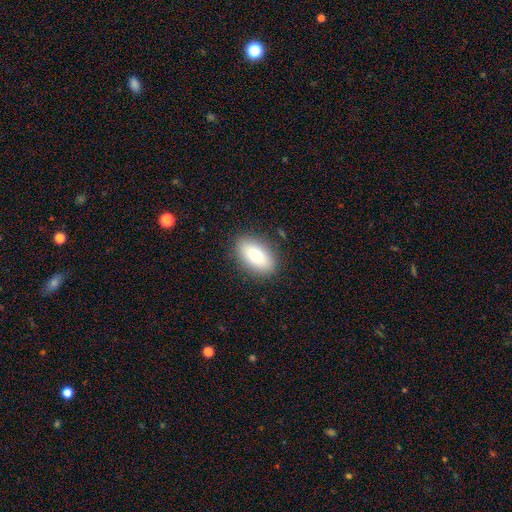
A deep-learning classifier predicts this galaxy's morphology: smooth-or-featured: smooth: 79% | featured or disk: 14% | star or artifact: 7%
  how-rounded: in between: 91% | round: 4% | cigar-shaped: 4%
  merging: none: 86% | minor disturbance: 10% | major disturbance: 3% | merger: 1%